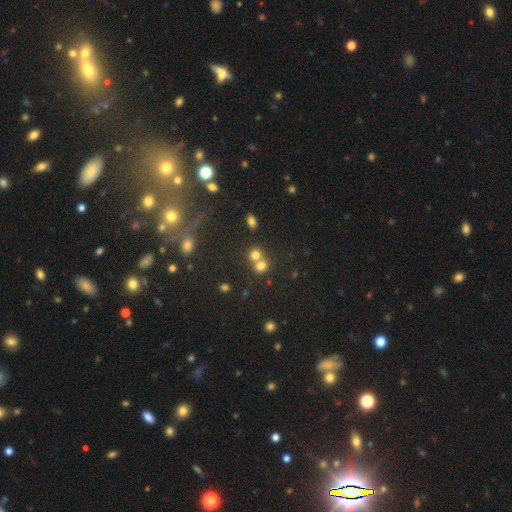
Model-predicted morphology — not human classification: Smooth or featured? smooth (72%)
How rounded? round (82%)
Merging? merger (51%)